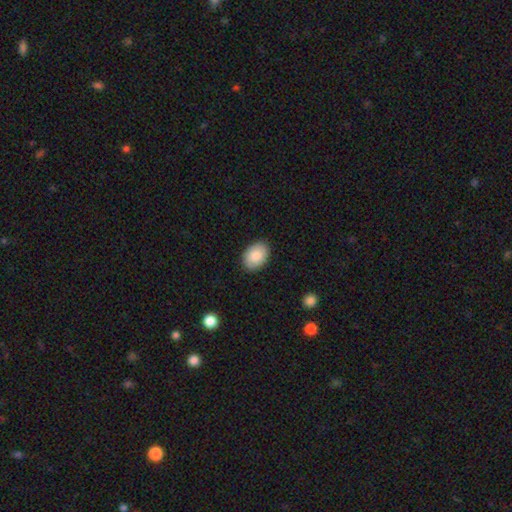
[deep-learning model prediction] Smooth or featured? Predicted: smooth (p=0.88). How rounded? Predicted: in between (p=0.82). Merging? Predicted: none (p=0.89).